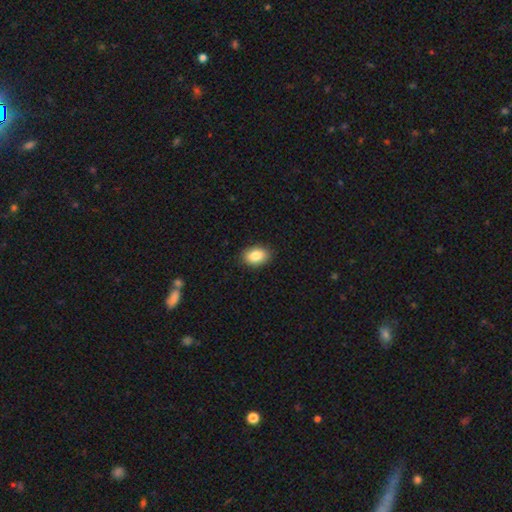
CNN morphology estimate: smooth 86%, star or artifact 8%, featured or disk 6%. Down the decision tree: how rounded — in between (85%); merging — none (89%).